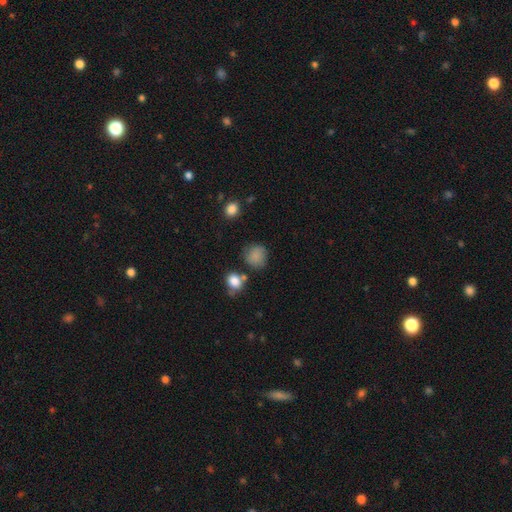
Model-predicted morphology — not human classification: Smooth or featured? Predicted: smooth (p=0.83). How rounded? Predicted: round (p=0.80). Merging? Predicted: none (p=0.68).